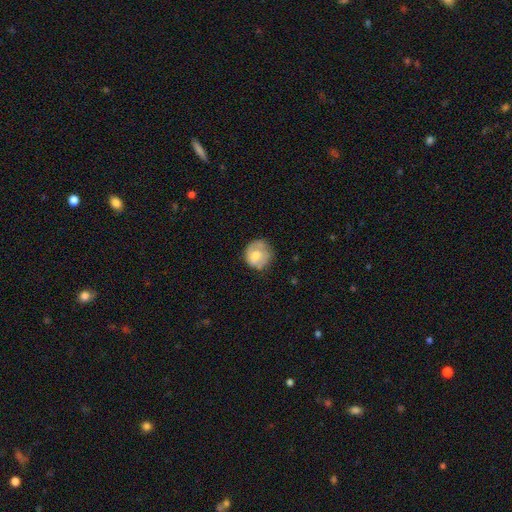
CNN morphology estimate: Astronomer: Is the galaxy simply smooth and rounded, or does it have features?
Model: smooth — 67%.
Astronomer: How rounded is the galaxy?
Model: round — 84%.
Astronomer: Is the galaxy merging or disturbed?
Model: none — 63%.